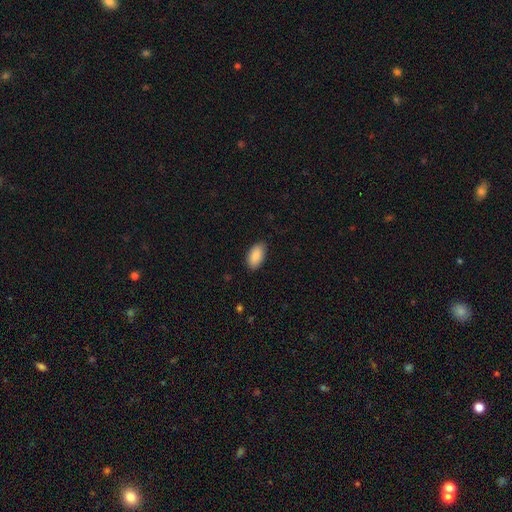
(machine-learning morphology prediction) smooth-or-featured: smooth: 87% | star or artifact: 6% | featured or disk: 6%
  how-rounded: in between: 95% | round: 3% | cigar-shaped: 2%
  merging: none: 85% | minor disturbance: 12% | major disturbance: 2% | merger: 1%